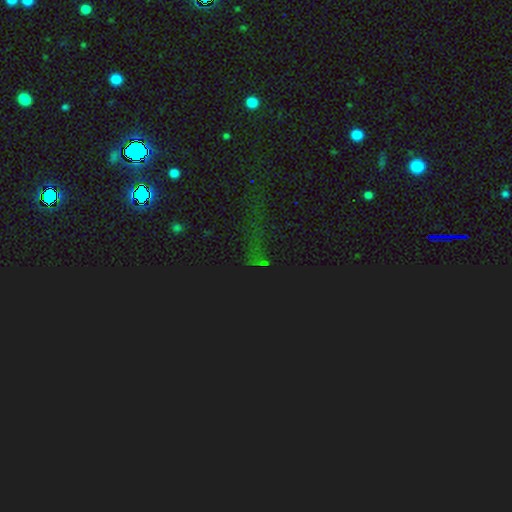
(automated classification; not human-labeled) A star or artifact, not a galaxy (77%).